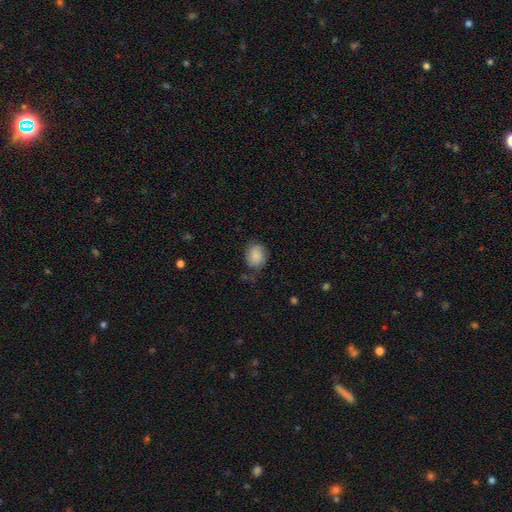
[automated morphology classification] smooth_or_featured: smooth (p=0.85) [alt: star or artifact p=0.08]
how_rounded: in between (p=0.54) [alt: round p=0.45]
merging: none (p=0.70) [alt: minor disturbance p=0.22]